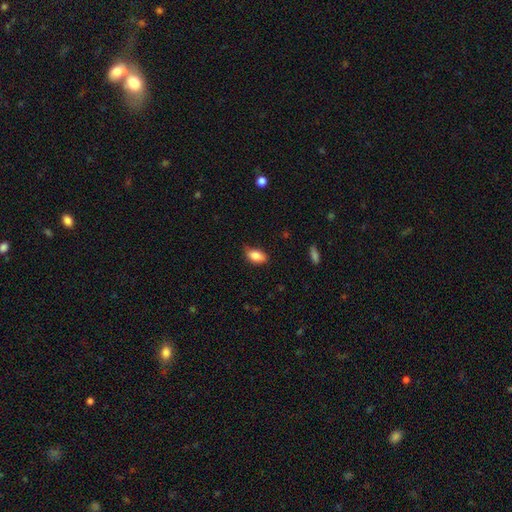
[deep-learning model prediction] Smooth or featured: smooth — 84% (featured or disk — 8%)
How rounded: in between — 90% (round — 5%)
Merging: none — 71% (minor disturbance — 24%)